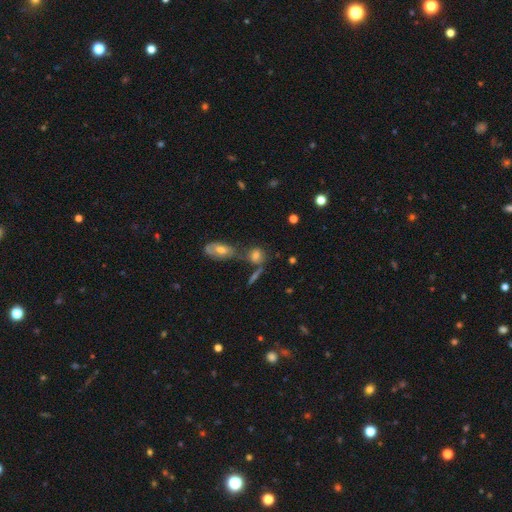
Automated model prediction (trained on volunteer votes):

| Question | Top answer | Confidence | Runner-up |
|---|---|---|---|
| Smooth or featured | smooth | 67% | featured or disk (21%) |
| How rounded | round | 51% | in between (43%) |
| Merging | none | 45% | merger (34%) |